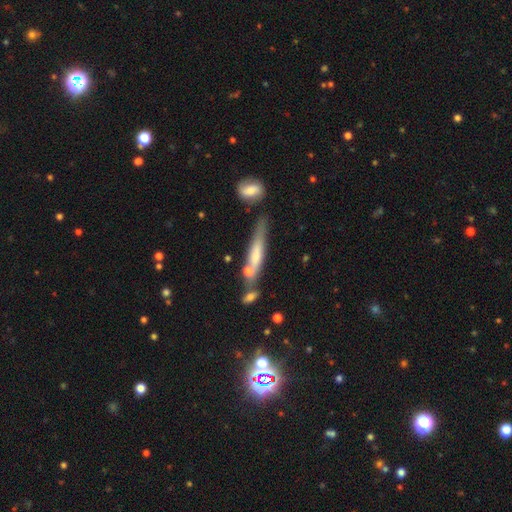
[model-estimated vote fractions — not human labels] Overall: smooth (55%; featured or disk 38%). How rounded: cigar-shaped (85%). Merging: none (46%; merger 25%).